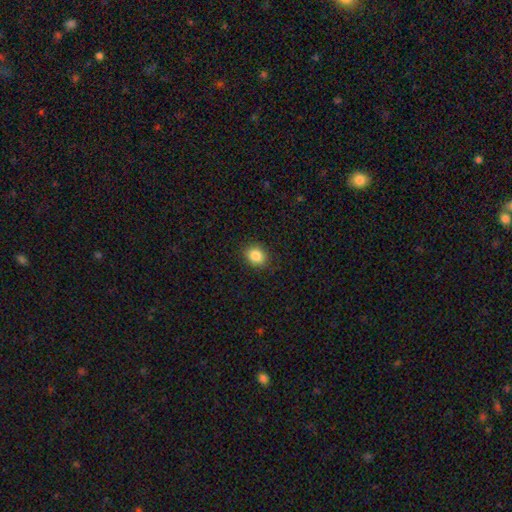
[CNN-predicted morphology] Smooth or featured? smooth (85%)
How rounded? round (54%)
Merging? none (88%)